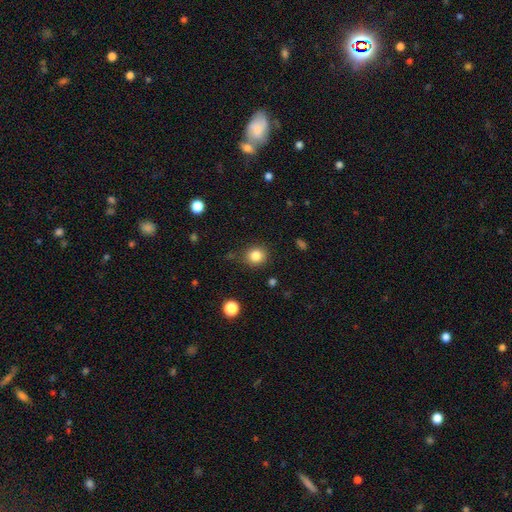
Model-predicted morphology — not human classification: Smooth or featured?
  - smooth: 83% *
  - star or artifact: 11%
  - featured or disk: 6%
How rounded?
  - round: 84% *
  - in between: 15%
  - cigar-shaped: 1%
Merging?
  - none: 83% *
  - minor disturbance: 11%
  - major disturbance: 3%
  - merger: 2%